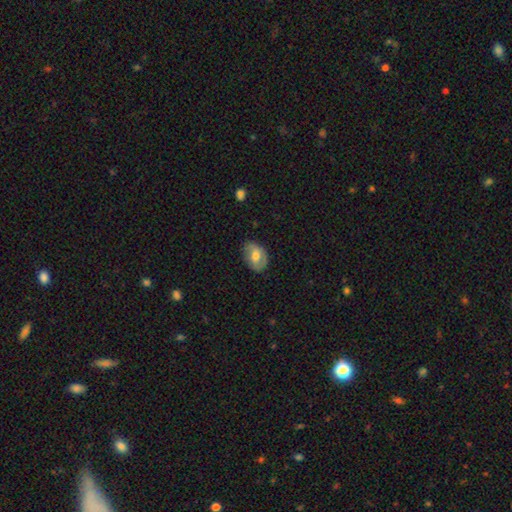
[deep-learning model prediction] Smooth or featured: smooth — 56% (featured or disk — 37%)
How rounded: in between — 80% (round — 19%)
Merging: none — 76% (minor disturbance — 19%)